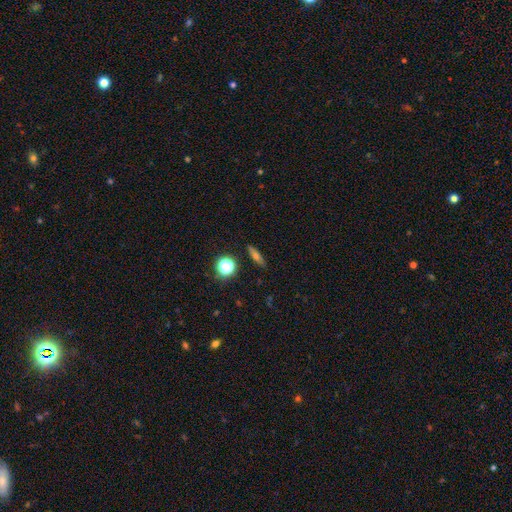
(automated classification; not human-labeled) This appears to be a smooth galaxy with no disk features (42%). Merging: none (88%).